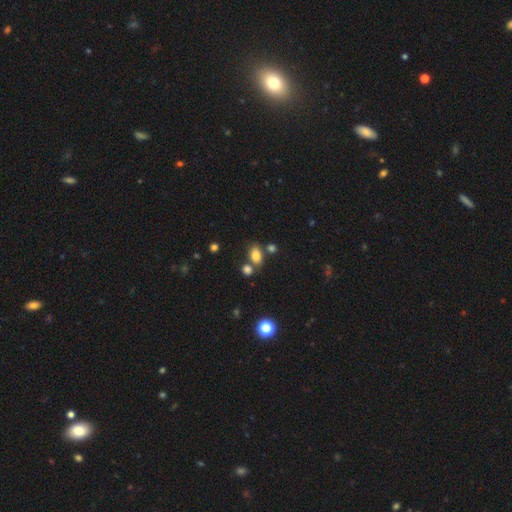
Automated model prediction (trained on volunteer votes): smooth-or-featured: smooth: 81% | star or artifact: 12% | featured or disk: 7%
  how-rounded: in between: 81% | round: 17% | cigar-shaped: 2%
  merging: none: 62% | merger: 22% | minor disturbance: 12% | major disturbance: 4%